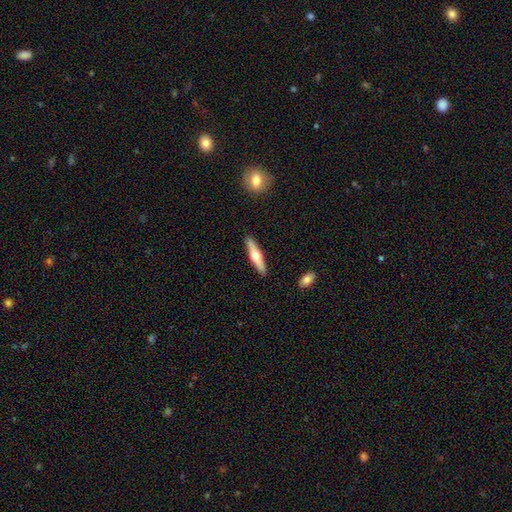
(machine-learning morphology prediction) This appears to be a featured or disk galaxy (54%) viewed edge-on (93%) with a rounded central bulge (94%). Merging: none (90%).